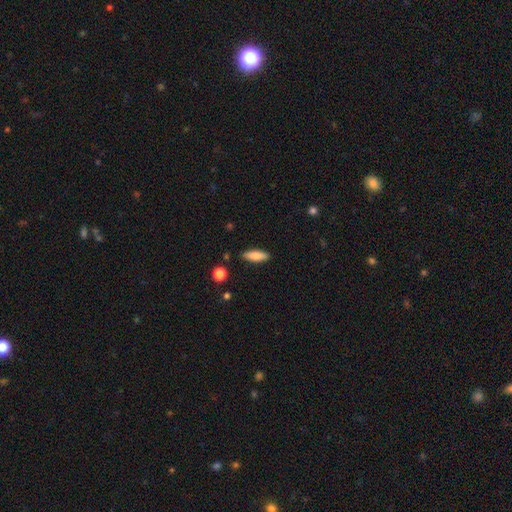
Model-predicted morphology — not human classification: smooth-or-featured: smooth: 79% | featured or disk: 14% | star or artifact: 7%
  how-rounded: in between: 58% | cigar-shaped: 40% | round: 2%
  merging: none: 85% | minor disturbance: 11% | major disturbance: 2% | merger: 2%